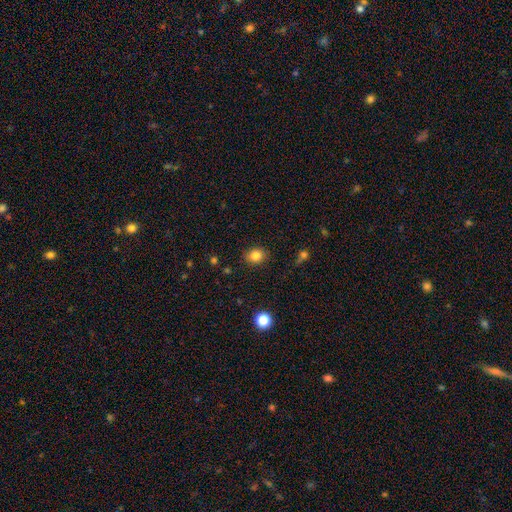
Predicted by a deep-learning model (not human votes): smooth_or_featured: smooth (p=0.83) [alt: star or artifact p=0.11]
how_rounded: round (p=0.63) [alt: in between p=0.36]
merging: none (p=0.87) [alt: minor disturbance p=0.09]